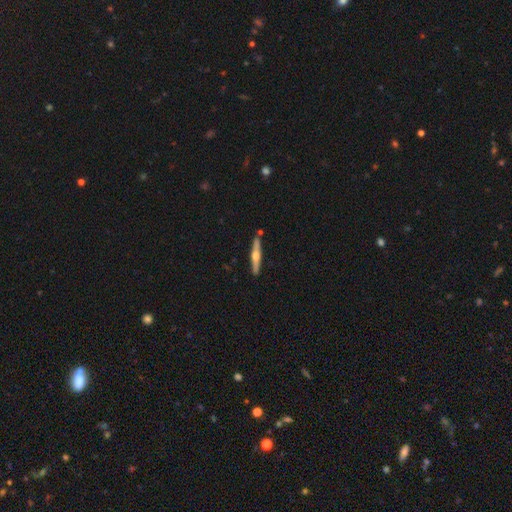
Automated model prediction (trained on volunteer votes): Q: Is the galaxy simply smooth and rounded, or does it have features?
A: featured or disk — 64%.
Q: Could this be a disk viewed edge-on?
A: yes — 97%.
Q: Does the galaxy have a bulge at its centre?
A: rounded — 92%.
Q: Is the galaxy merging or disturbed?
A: none — 86%.